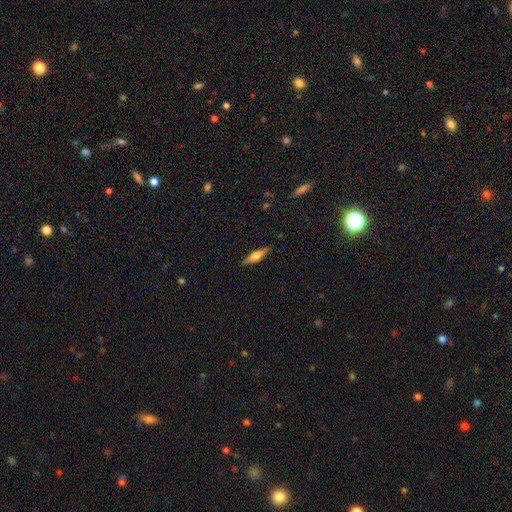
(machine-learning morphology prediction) Smooth or featured: featured or disk — 54% (smooth — 40%)
Edge-on disk: yes — 95% (no — 5%)
Edge-on bulge: rounded — 89% (boxy — 8%)
Merging: none — 89% (minor disturbance — 8%)